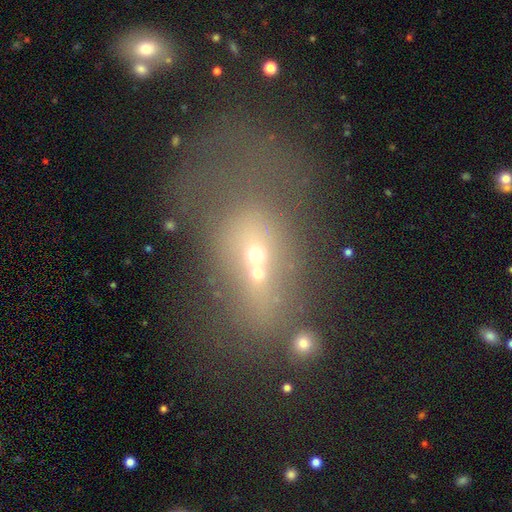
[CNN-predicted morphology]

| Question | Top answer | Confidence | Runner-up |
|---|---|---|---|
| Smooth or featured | smooth | 46% | featured or disk (28%) |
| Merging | merger | 49% | none (26%) |